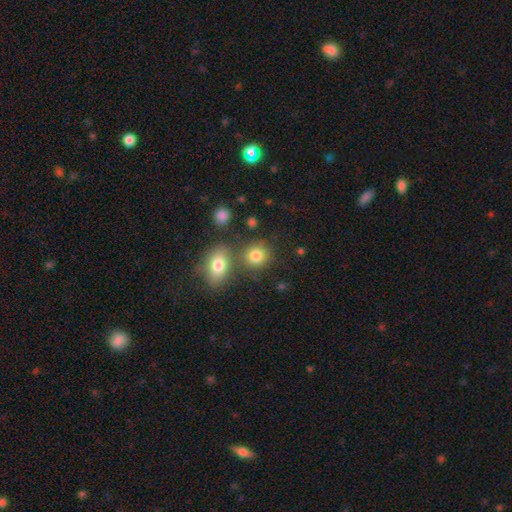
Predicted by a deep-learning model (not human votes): Morphology: type=smooth (80%); roundness=round (75%); merging=none (65%).